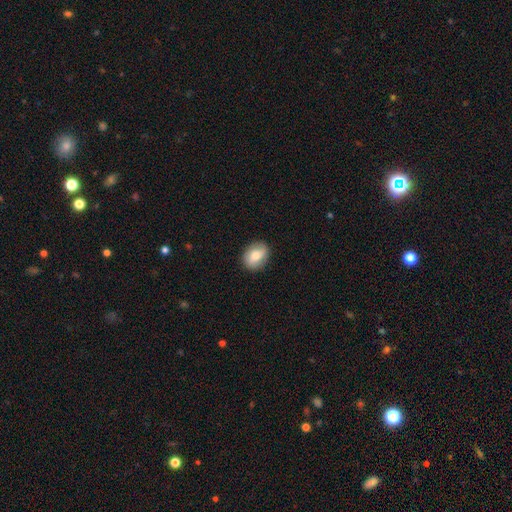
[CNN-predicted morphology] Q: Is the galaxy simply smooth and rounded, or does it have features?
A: smooth — 70%.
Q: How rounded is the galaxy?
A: in between — 61%.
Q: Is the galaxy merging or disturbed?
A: none — 87%.